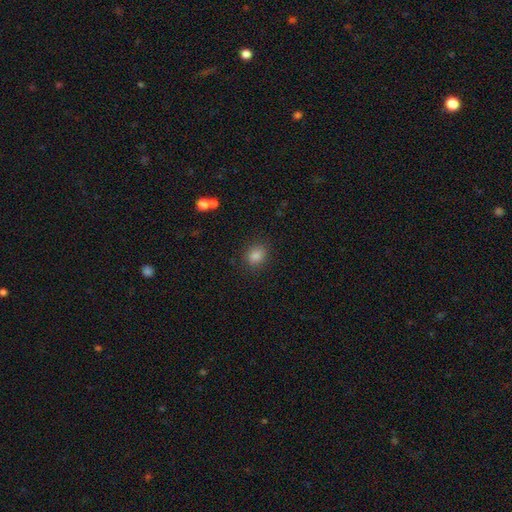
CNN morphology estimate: Overall: smooth (82%). How rounded: round (67%; in between 32%). Merging: none (88%).